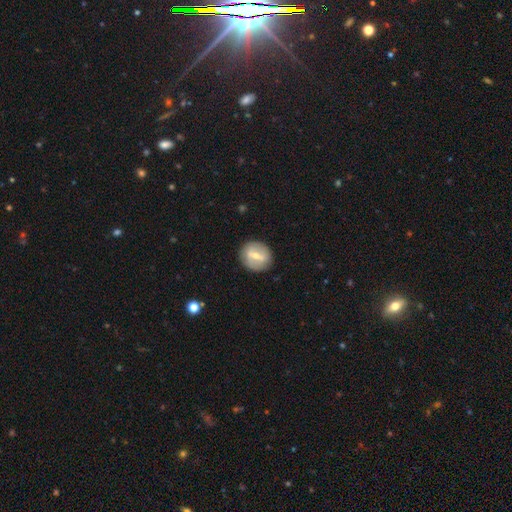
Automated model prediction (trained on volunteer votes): Overall: featured or disk (52%; smooth 42%). Edge-on disk: no (90%). Merging: none (85%).